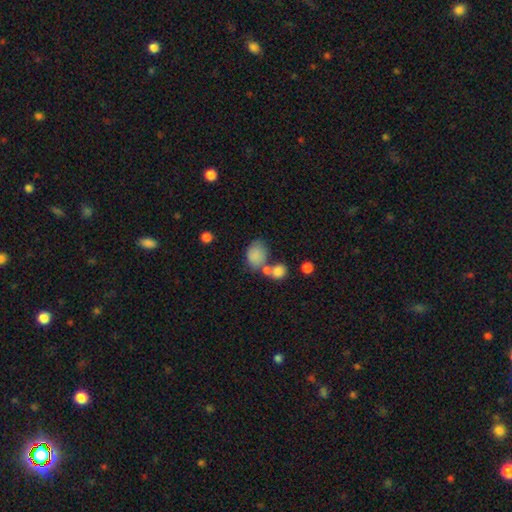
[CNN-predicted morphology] The model was most divided on "merging" (2-way tie): none: 38%, merger: 38%, minor disturbance: 16%, major disturbance: 9%. More confident: smooth or featured — smooth (82%); how rounded — in between (64%).